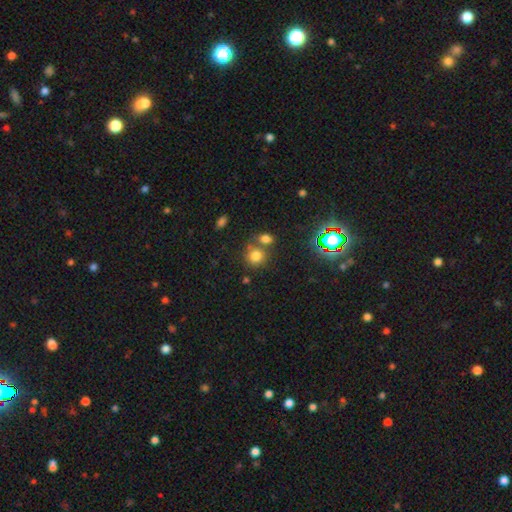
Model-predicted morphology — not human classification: A smooth galaxy with no disk features (75%) that is round (83%). Merging: none (57%).